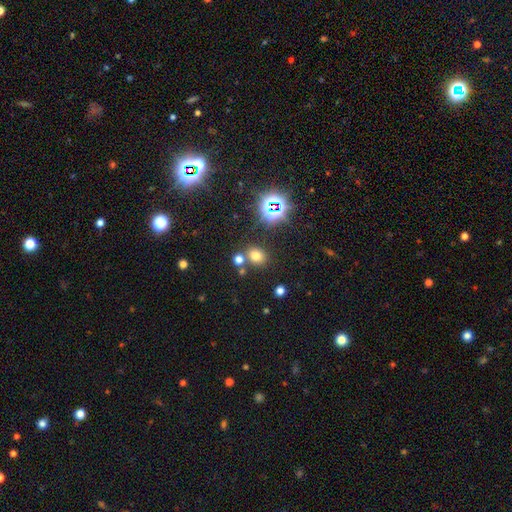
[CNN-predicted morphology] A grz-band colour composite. It shows a smooth galaxy with no disk features (66%) that is round (67%). Merging: none (73%).